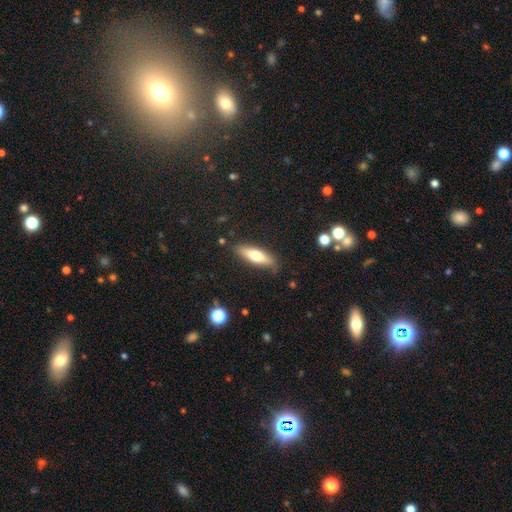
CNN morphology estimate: Smooth or featured: smooth — 61% (featured or disk — 33%)
How rounded: cigar-shaped — 53% (in between — 44%)
Merging: none — 80% (minor disturbance — 15%)